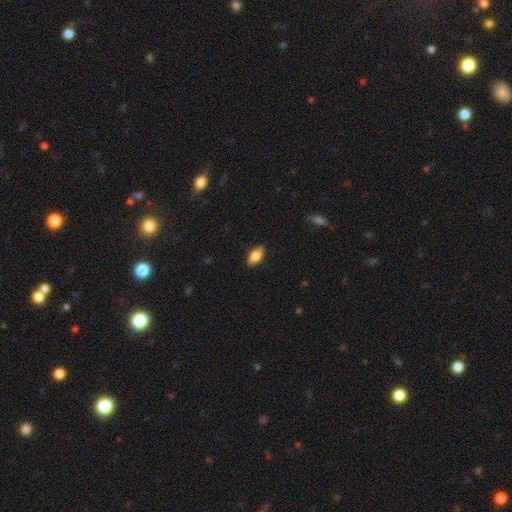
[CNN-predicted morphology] A smooth galaxy with no disk features (81%) that is in between round and cigar-shaped (88%).

Vote fractions:
- Smooth or featured? smooth: 81% / featured or disk: 12% / star or artifact: 7%
- How rounded? in between: 88% / cigar-shaped: 9% / round: 3%
- Merging? none: 87% / minor disturbance: 10% / major disturbance: 2% / merger: 1%